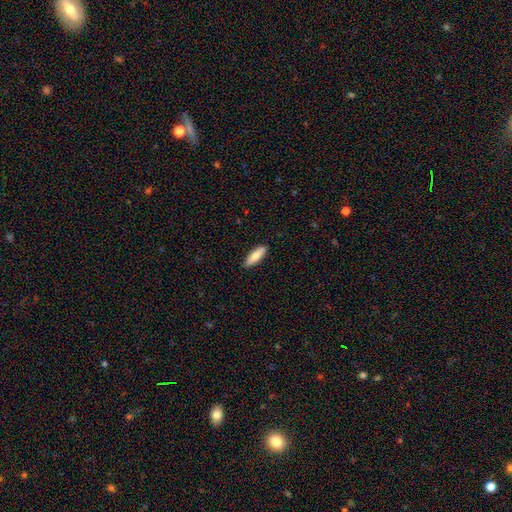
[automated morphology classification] A smooth galaxy with no disk features (76%) that is in between round and cigar-shaped (50%). Merging: none (89%).